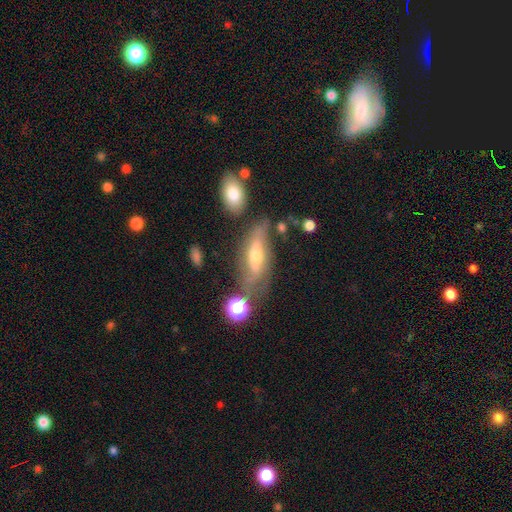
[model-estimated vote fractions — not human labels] Q: Smooth or featured?
A: featured or disk (57%); runner-up: smooth (33%)
Q: Edge-on disk?
A: no (61%); runner-up: yes (39%)
Q: Merging?
A: none (48%); runner-up: minor disturbance (24%)